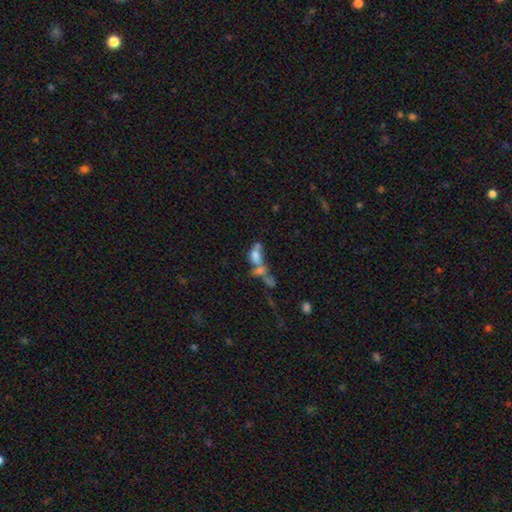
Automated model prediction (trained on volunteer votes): Smooth or featured? Predicted: smooth (p=0.56). How rounded? Predicted: in between (p=0.75). Merging? Predicted: merger (p=0.63).